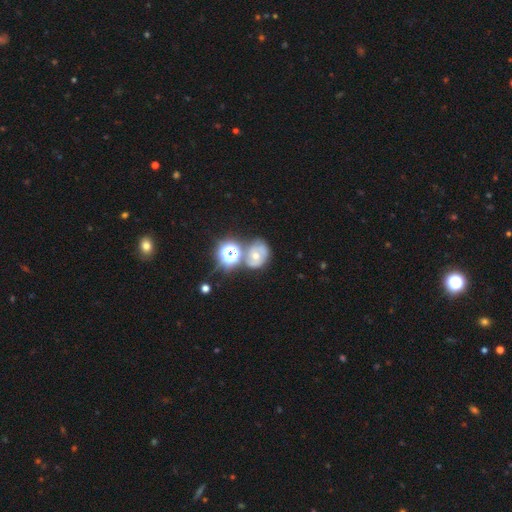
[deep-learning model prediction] Q: Smooth or featured?
A: featured or disk (45%); runner-up: smooth (34%)
Q: Merging?
A: none (49%); runner-up: merger (23%)